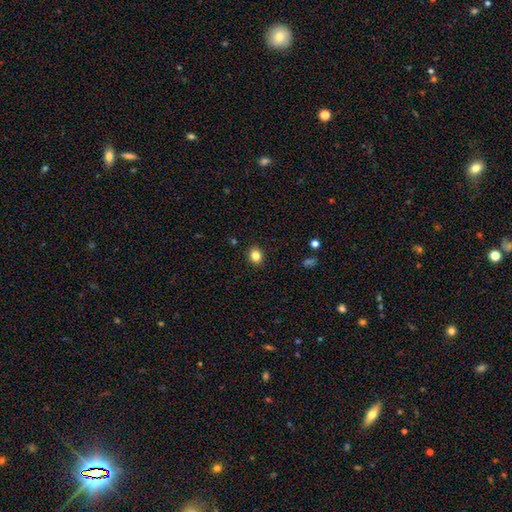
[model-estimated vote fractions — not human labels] Smooth or featured? smooth (83%)
How rounded? round (71%)
Merging? none (91%)